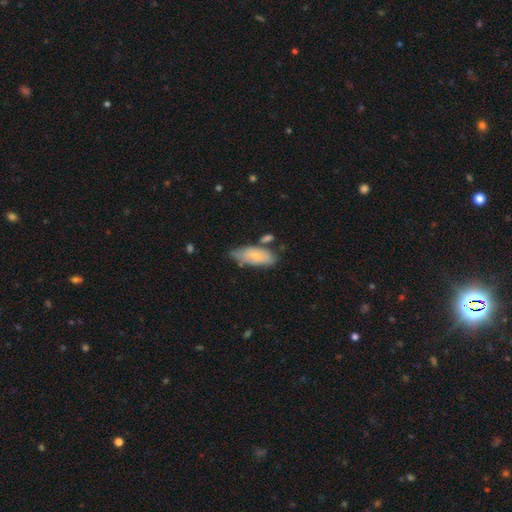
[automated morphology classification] A smooth galaxy with no disk features (70%) that is in between round and cigar-shaped (84%). Merging: none (54%).